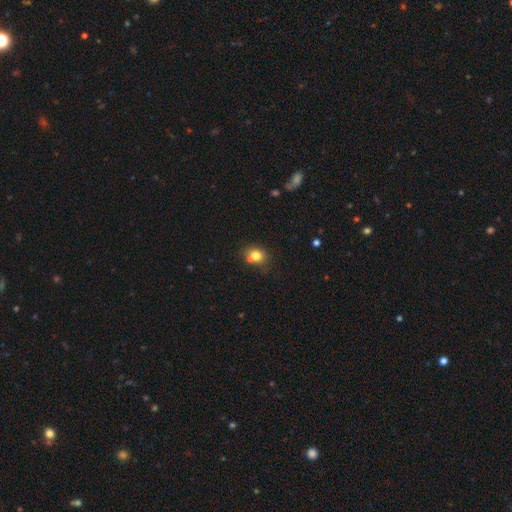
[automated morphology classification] Smooth or featured?
  - smooth: 77% *
  - star or artifact: 12%
  - featured or disk: 11%
How rounded?
  - round: 65% *
  - in between: 34%
  - cigar-shaped: 1%
Merging?
  - none: 58% *
  - merger: 23%
  - minor disturbance: 14%
  - major disturbance: 4%